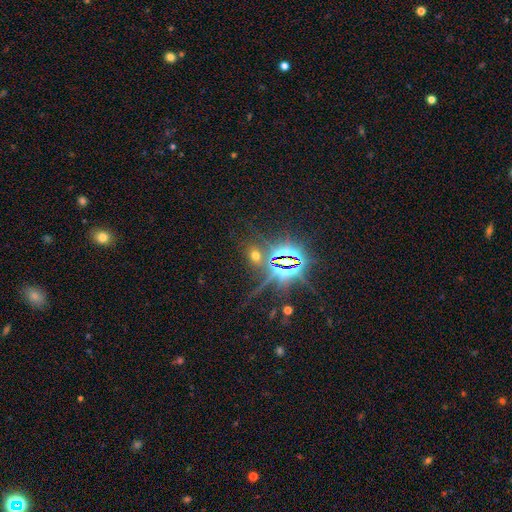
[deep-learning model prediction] Morphology: type=star or artifact (54%).